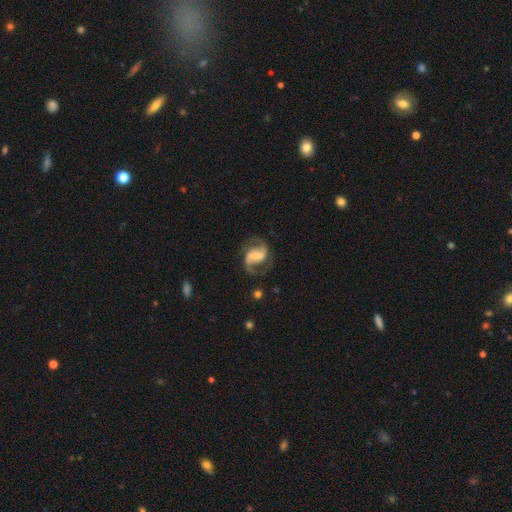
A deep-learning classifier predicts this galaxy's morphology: This is clearly a featured or disk galaxy (83%). It is clearly not viewed edge-on (98%). Bar: marginally weak (43%). Spiral arm pattern: clearly yes (94%). Spiral arm count: clearly 2 (87%). Spiral winding: possibly medium (50%). Central bulge: marginally small (41%). Merging: likely none (66%).